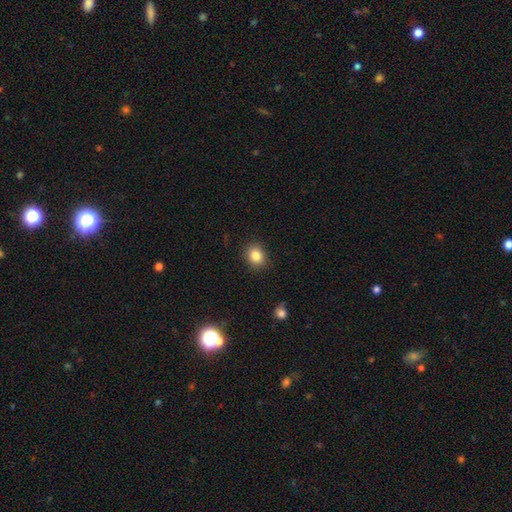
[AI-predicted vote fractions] This is clearly a smooth galaxy (85%). How rounded: likely round (68%). Merging: clearly none (88%).